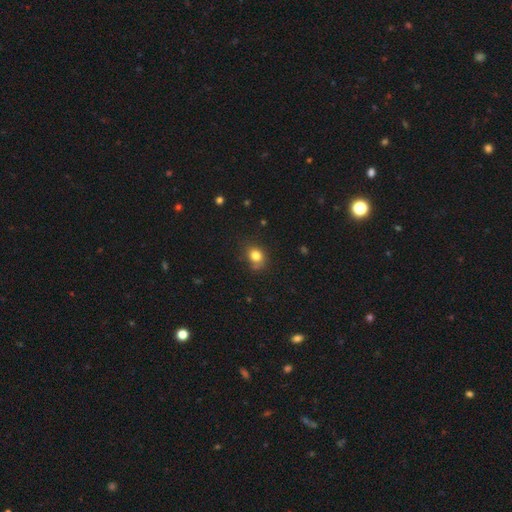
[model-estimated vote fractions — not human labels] This is clearly a smooth galaxy (80%). How rounded: likely round (66%). Merging: likely none (67%).